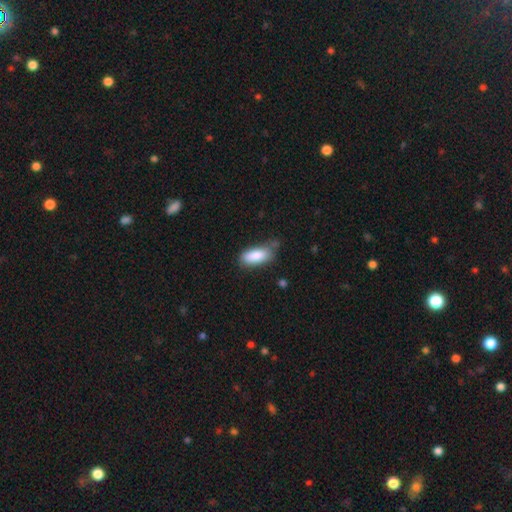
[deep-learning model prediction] Smooth or featured? Predicted: smooth (p=0.86). How rounded? Predicted: in between (p=0.83). Merging? Predicted: none (p=0.60).